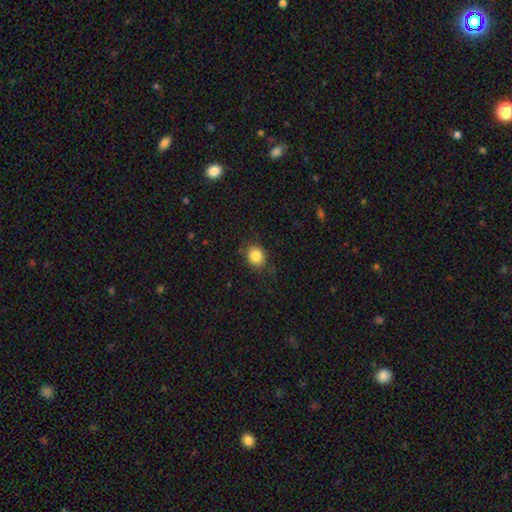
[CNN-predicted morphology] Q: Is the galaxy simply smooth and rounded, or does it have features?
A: smooth — 85%.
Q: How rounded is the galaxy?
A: round — 65%.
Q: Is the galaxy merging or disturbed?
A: none — 80%.